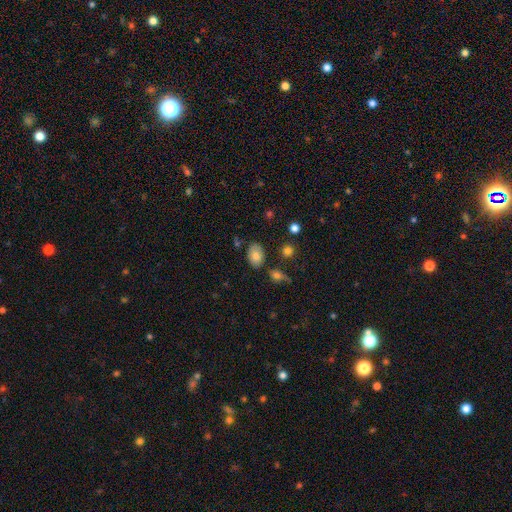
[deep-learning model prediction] This appears to be a smooth galaxy with no disk features (76%) that is in between round and cigar-shaped (85%). Merging: none (77%).